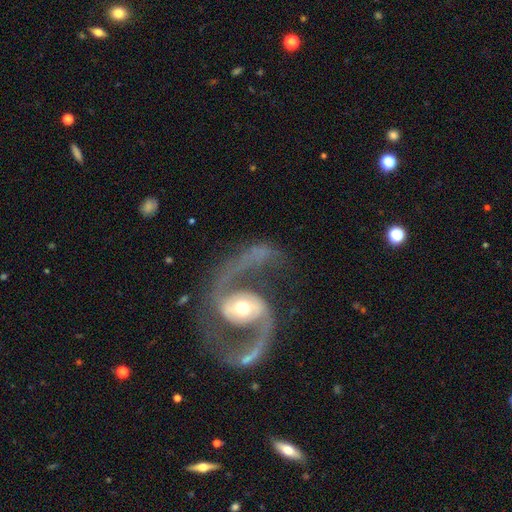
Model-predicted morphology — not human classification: The model was most divided on "bar": no: 38%, weak: 33%, strong: 29%. Remaining: edge-on disk — no (98%); spiral arms — yes (97%); spiral arm count — 2 (94%); smooth or featured — featured or disk (92%); merging — none (69%); bulge size — moderate (65%); spiral winding — medium (50%).